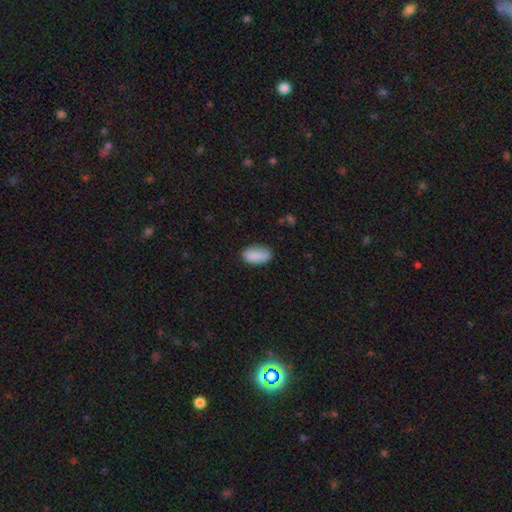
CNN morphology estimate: Smooth or featured?
  - smooth: 87% *
  - star or artifact: 7%
  - featured or disk: 5%
How rounded?
  - in between: 92% *
  - cigar-shaped: 4%
  - round: 4%
Merging?
  - none: 77% *
  - minor disturbance: 18%
  - major disturbance: 4%
  - merger: 1%